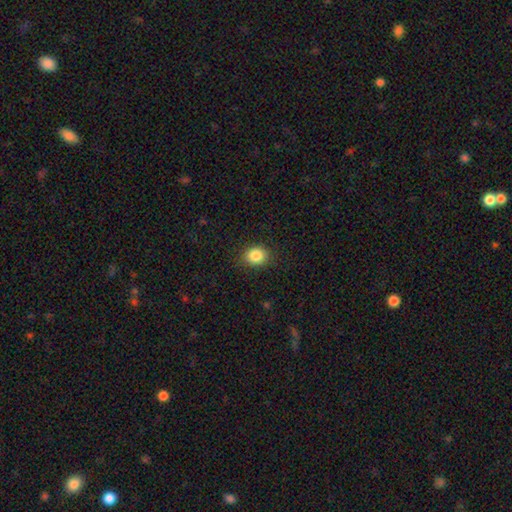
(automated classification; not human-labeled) A smooth galaxy with no disk features (85%) that is round (65%).

Vote fractions:
- Smooth or featured? smooth: 85% / star or artifact: 10% / featured or disk: 5%
- How rounded? round: 65% / in between: 34% / cigar-shaped: 1%
- Merging? none: 87% / minor disturbance: 9% / major disturbance: 3% / merger: 1%